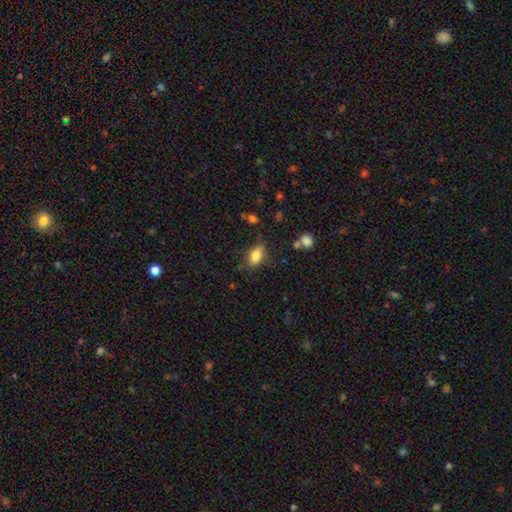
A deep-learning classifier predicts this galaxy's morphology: Smooth or featured? smooth (82%)
How rounded? in between (87%)
Merging? none (73%)